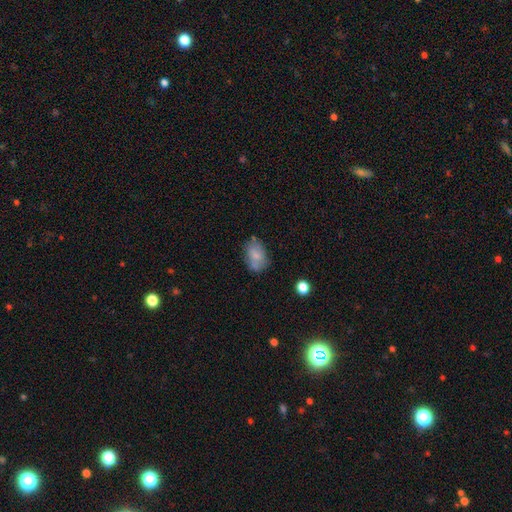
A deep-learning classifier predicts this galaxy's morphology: Smooth or featured? Predicted: smooth (p=0.69). How rounded? Predicted: in between (p=0.83). Merging? Predicted: none (p=0.56).